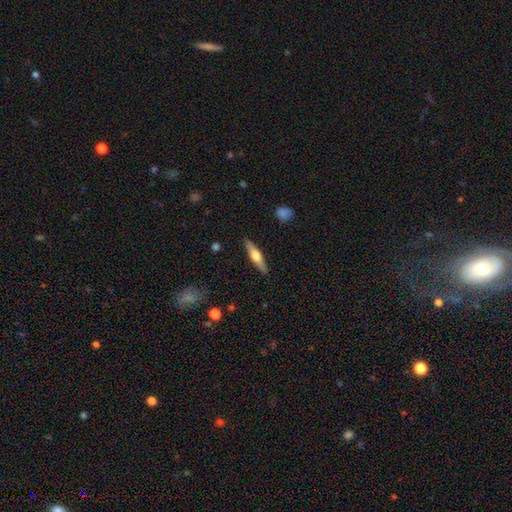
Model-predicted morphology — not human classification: Smooth or featured? Predicted: featured or disk (p=0.51). Edge-on disk? Predicted: yes (p=0.94). Merging? Predicted: none (p=0.89).